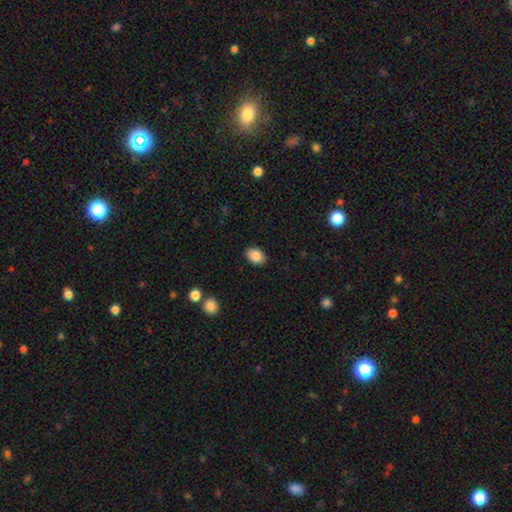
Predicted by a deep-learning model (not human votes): smooth 87%, star or artifact 8%, featured or disk 5%. Down the decision tree: how rounded — in between (78%); merging — none (89%).